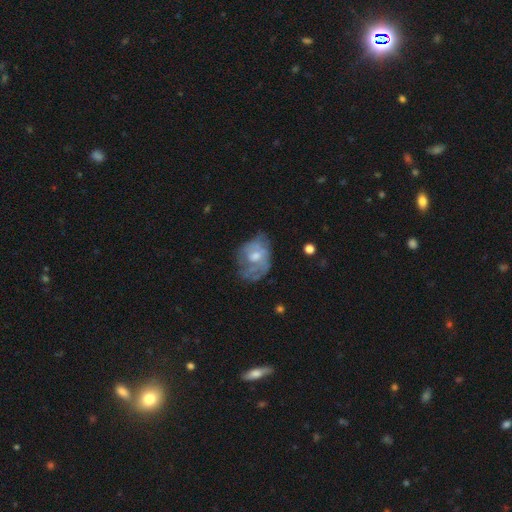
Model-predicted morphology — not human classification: A featured or disk galaxy (57%) with no bar (71%), no spiral arms (51%) and a moderate central bulge (61%).

Vote fractions:
- Smooth or featured? featured or disk: 57% / smooth: 33% / star or artifact: 9%
- Edge-on disk? no: 96% / yes: 4%
- Bar? no: 71% / weak: 25% / strong: 4%
- Spiral arms? no: 51% / yes: 49%
- Bulge size? moderate: 61% / small: 27% / large: 7% / none: 4% / dominant: 1%
- Merging? none: 46% / minor disturbance: 29% / major disturbance: 23% / merger: 2%